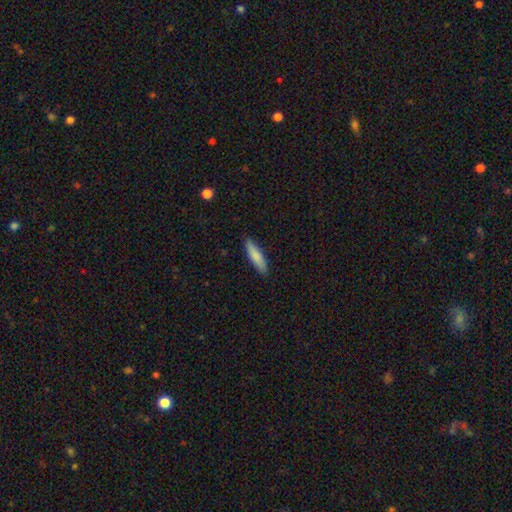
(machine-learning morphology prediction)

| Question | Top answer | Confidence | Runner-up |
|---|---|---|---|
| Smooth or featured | smooth | 84% | featured or disk (10%) |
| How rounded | cigar-shaped | 73% | in between (26%) |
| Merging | none | 88% | minor disturbance (9%) |